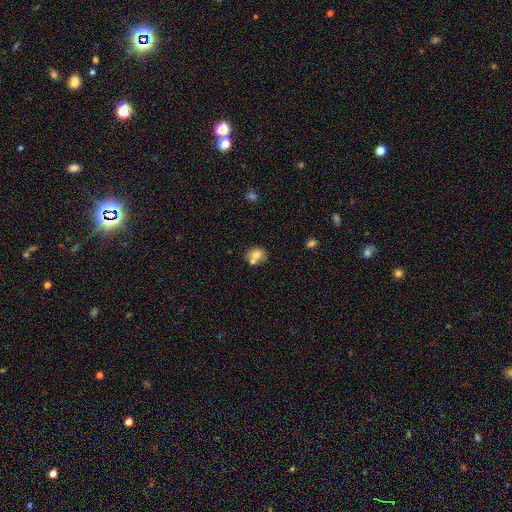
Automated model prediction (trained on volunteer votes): This is likely a smooth galaxy (72%). How rounded: possibly round (60%). Merging: possibly none (50%).